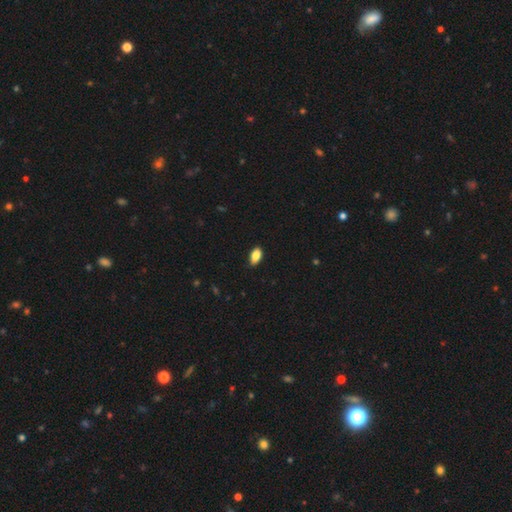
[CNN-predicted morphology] Smooth or featured? smooth (85%)
How rounded? in between (91%)
Merging? none (80%)